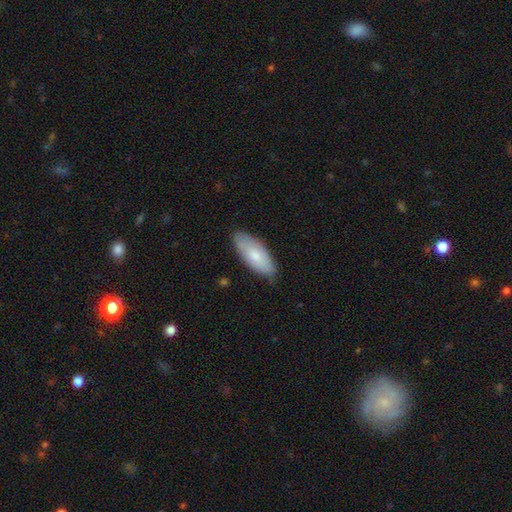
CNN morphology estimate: smooth 75%, featured or disk 20%, star or artifact 5%. Down the decision tree: how rounded — in between (83%); merging — none (78%).